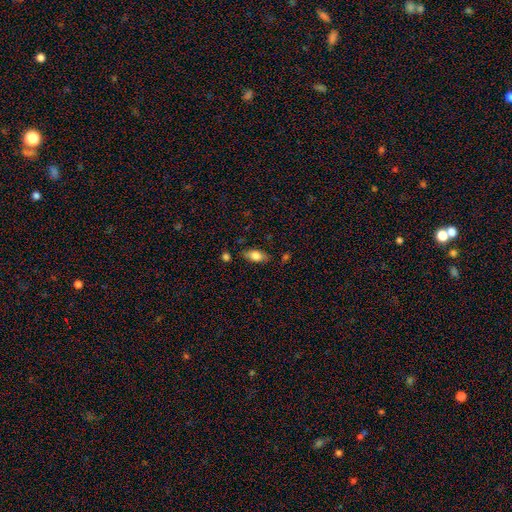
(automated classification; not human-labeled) smooth-or-featured: smooth: 77% | featured or disk: 16% | star or artifact: 7%
  how-rounded: in between: 87% | cigar-shaped: 8% | round: 4%
  merging: none: 78% | minor disturbance: 15% | major disturbance: 4% | merger: 3%